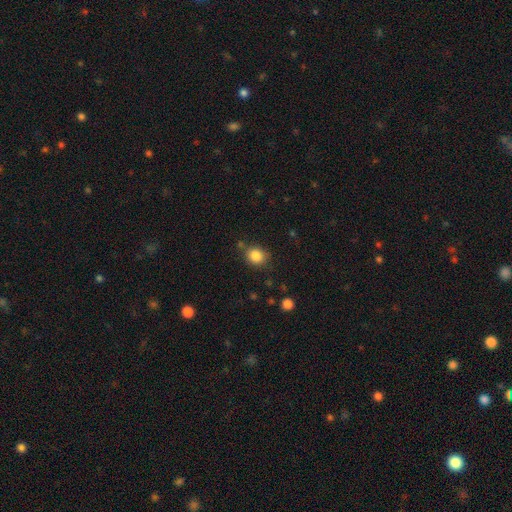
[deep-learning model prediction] smooth-or-featured: smooth: 85% | star or artifact: 10% | featured or disk: 5%
  how-rounded: round: 73% | in between: 26% | cigar-shaped: 1%
  merging: none: 77% | minor disturbance: 13% | merger: 6% | major disturbance: 4%